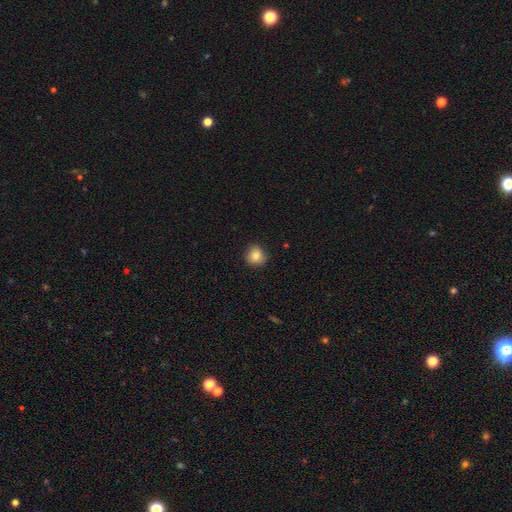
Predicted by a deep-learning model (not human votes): Smooth or featured: smooth — 85% (star or artifact — 9%)
How rounded: round — 85% (in between — 14%)
Merging: none — 86% (minor disturbance — 11%)